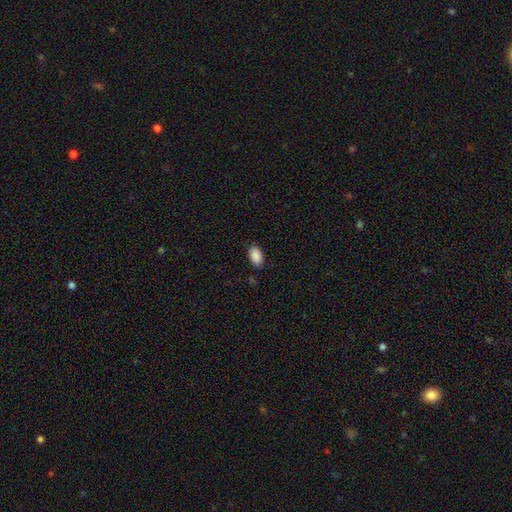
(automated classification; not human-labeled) A smooth galaxy with no disk features (90%) that is in between round and cigar-shaped (94%). Merging: none (86%).